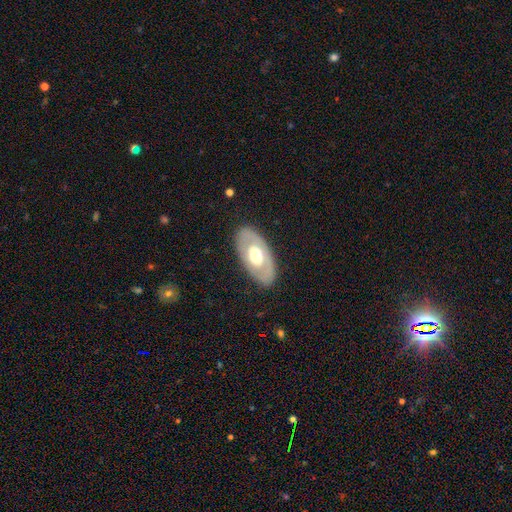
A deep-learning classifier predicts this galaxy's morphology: Smooth or featured: featured or disk — 54% (smooth — 41%)
Edge-on disk: no — 86% (yes — 14%)
Merging: none — 84% (minor disturbance — 11%)